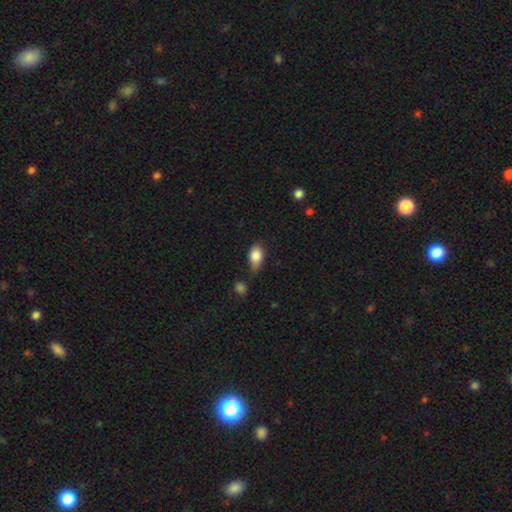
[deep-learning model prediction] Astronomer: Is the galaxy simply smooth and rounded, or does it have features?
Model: smooth — 85%.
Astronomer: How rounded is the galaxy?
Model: in between — 85%.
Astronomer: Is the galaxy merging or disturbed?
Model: none — 51% (runner-up: minor disturbance, 35%).